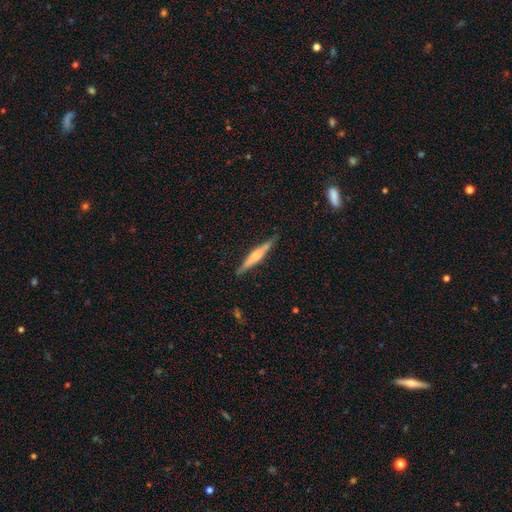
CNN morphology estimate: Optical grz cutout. It shows a featured or disk galaxy (56%) viewed edge-on (97%) with a rounded central bulge (65%). Merging: none (87%).